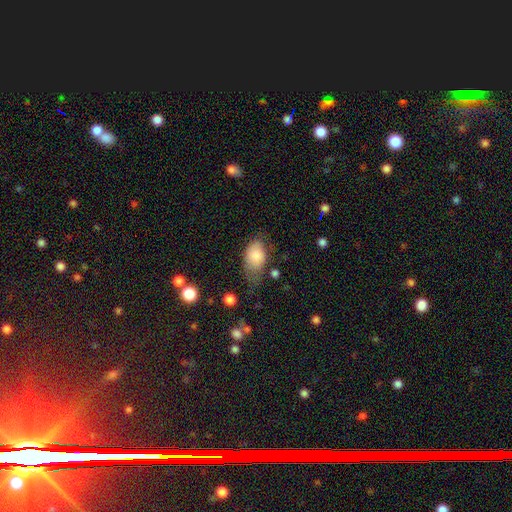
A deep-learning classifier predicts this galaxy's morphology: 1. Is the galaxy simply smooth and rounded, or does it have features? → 82% smooth, 11% featured or disk, 7% star or artifact.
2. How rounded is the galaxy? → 90% in between, 9% round, 2% cigar-shaped.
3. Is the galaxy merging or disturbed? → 40% none, 37% minor disturbance, 20% major disturbance, 3% merger.